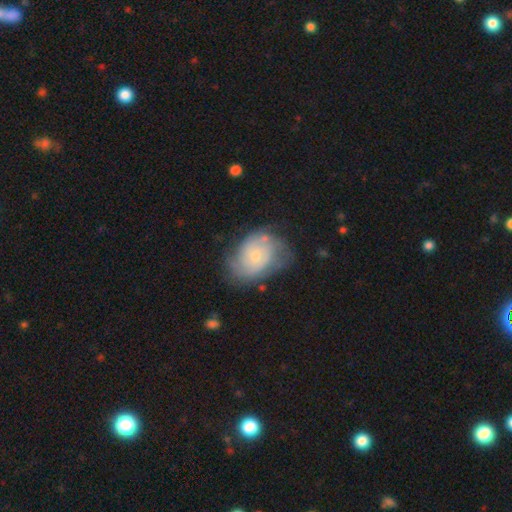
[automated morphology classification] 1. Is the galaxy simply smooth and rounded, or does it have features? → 71% featured or disk, 23% smooth, 6% star or artifact.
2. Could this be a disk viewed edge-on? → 97% no, 3% yes.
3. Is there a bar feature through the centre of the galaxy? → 72% no, 25% weak, 3% strong.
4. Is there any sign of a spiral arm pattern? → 90% yes, 10% no.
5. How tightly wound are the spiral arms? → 55% tight, 34% medium, 11% loose.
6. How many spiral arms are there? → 41% 2, 34% can't tell, 13% 3, 4% 4, 4% 1, 3% more than 4.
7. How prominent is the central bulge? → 60% small, 34% moderate, 3% none, 2% large, 1% dominant.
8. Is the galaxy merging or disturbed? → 63% none, 25% minor disturbance, 10% major disturbance, 2% merger.